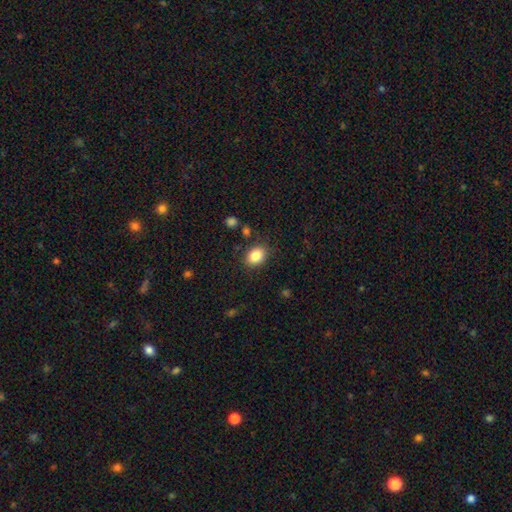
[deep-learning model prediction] A smooth galaxy with no disk features (85%) that is in between round and cigar-shaped (68%). Merging: none (84%).